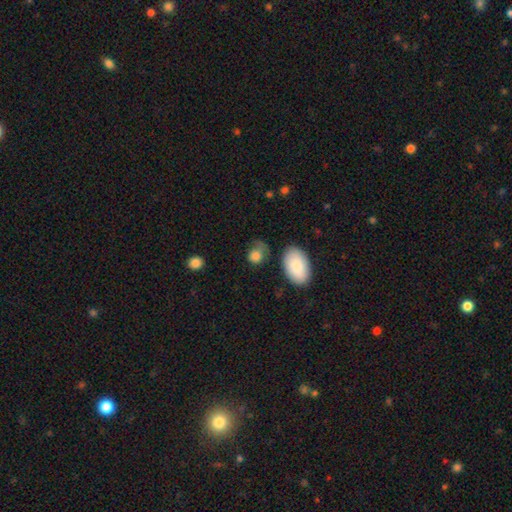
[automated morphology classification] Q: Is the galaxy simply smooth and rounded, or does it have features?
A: smooth — 83%.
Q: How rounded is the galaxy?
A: round — 52%.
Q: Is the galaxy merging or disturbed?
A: none — 49%.